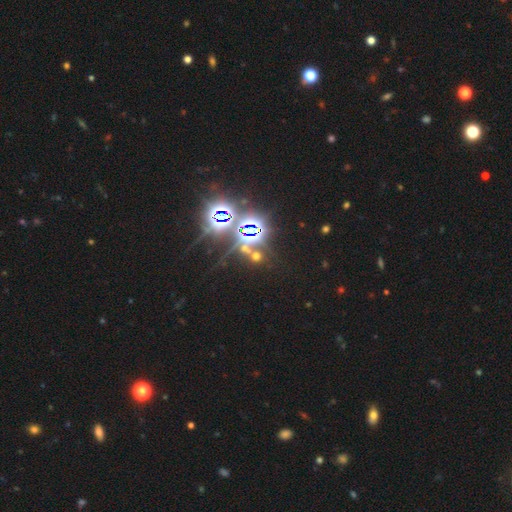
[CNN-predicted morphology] smooth-or-featured: star or artifact: 67% | smooth: 24% | featured or disk: 9%